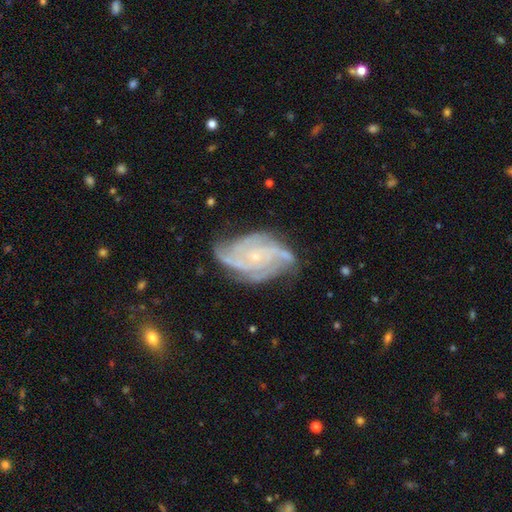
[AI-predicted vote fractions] A featured or disk galaxy (87%) with no bar (70%), 4 (35%) tight (50%) spiral arms (97%) and a small central bulge (79%).

Vote fractions:
- Smooth or featured? featured or disk: 87% / star or artifact: 6% / smooth: 6%
- Edge-on disk? no: 97% / yes: 3%
- Bar? no: 70% / weak: 24% / strong: 6%
- Spiral arms? yes: 97% / no: 3%
- Spiral winding? tight: 50% / medium: 40% / loose: 10%
- Spiral arm count? 4: 35% / 3: 30% / can't tell: 14% / 2: 10% / more than 4: 6% / 1: 6%
- Bulge size? small: 79% / moderate: 15% / none: 4% / large: 1% / dominant: 1%
- Merging? none: 65% / minor disturbance: 23% / major disturbance: 10% / merger: 2%